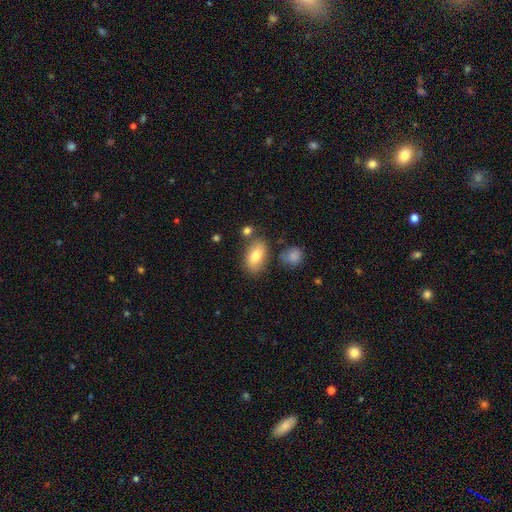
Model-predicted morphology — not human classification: Smooth or featured: smooth — 77% (featured or disk — 15%)
How rounded: in between — 91% (round — 7%)
Merging: none — 73% (minor disturbance — 15%)